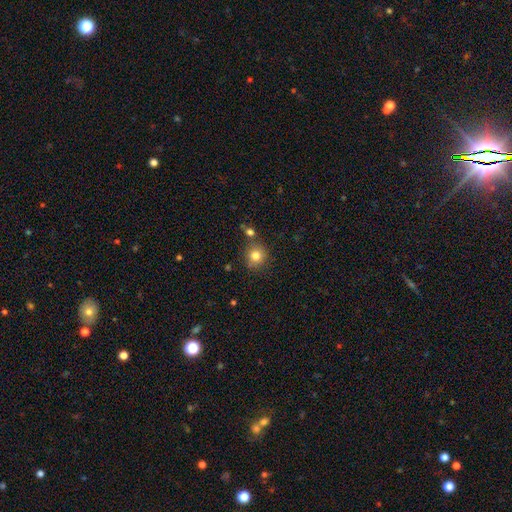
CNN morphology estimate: smooth 81%, star or artifact 11%, featured or disk 8%. Down the decision tree: how rounded — round (88%); merging — none (77%).